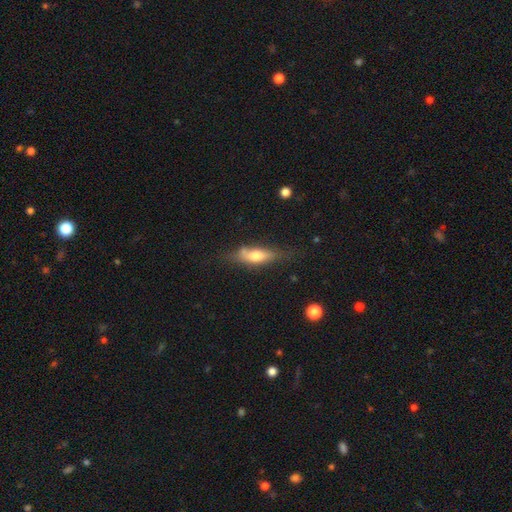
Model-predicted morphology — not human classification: smooth 61%, featured or disk 32%, star or artifact 7%. Down the decision tree: how rounded — in between (57%); merging — none (60%).